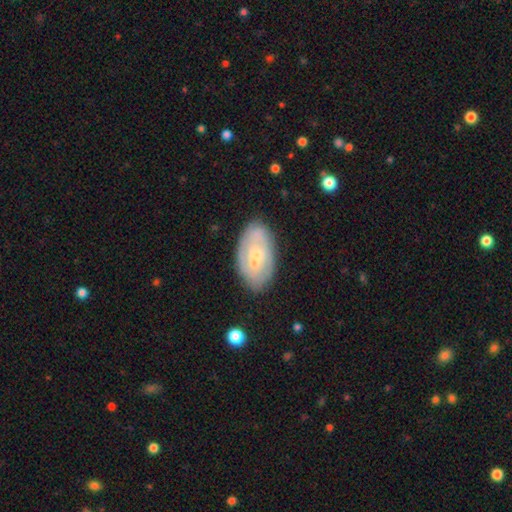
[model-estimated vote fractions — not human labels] Q: Smooth or featured?
A: featured or disk (60%); runner-up: smooth (34%)
Q: Edge-on disk?
A: no (94%); runner-up: yes (6%)
Q: Bar?
A: no (55%); runner-up: weak (37%)
Q: Spiral arms?
A: yes (67%); runner-up: no (33%)
Q: Bulge size?
A: small (65%); runner-up: moderate (29%)
Q: Merging?
A: none (76%); runner-up: minor disturbance (17%)